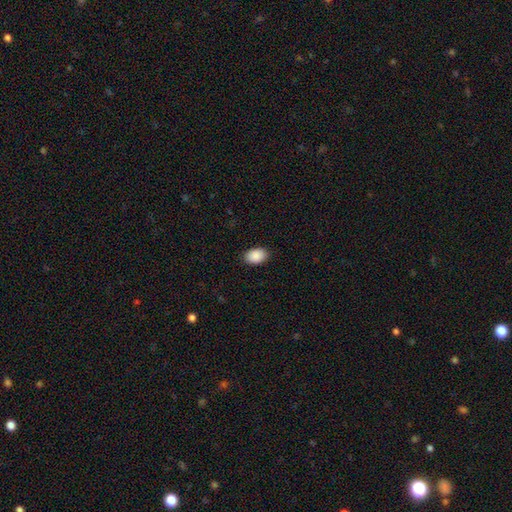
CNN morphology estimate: smooth_or_featured: smooth (p=0.90) [alt: star or artifact p=0.07]
how_rounded: in between (p=0.88) [alt: round p=0.11]
merging: none (p=0.89) [alt: minor disturbance p=0.08]